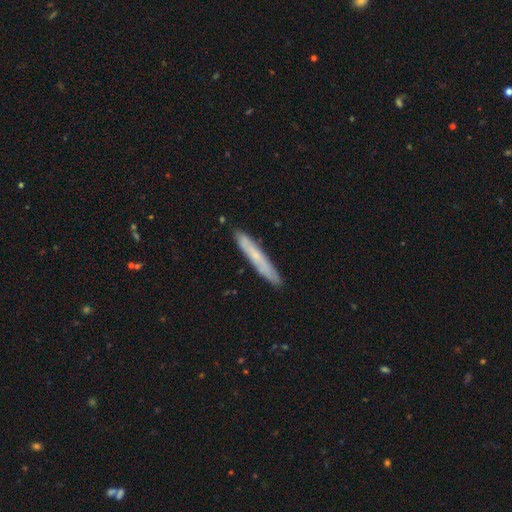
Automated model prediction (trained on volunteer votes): This is possibly a smooth galaxy (57%). How rounded: clearly cigar-shaped (95%). Merging: clearly none (89%).